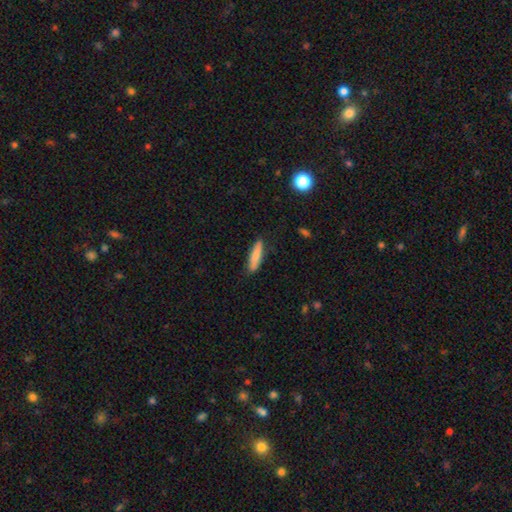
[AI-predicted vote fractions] smooth_or_featured: smooth (p=0.76) [alt: featured or disk p=0.18]
how_rounded: cigar-shaped (p=0.76) [alt: in between p=0.22]
merging: none (p=0.83) [alt: minor disturbance p=0.14]